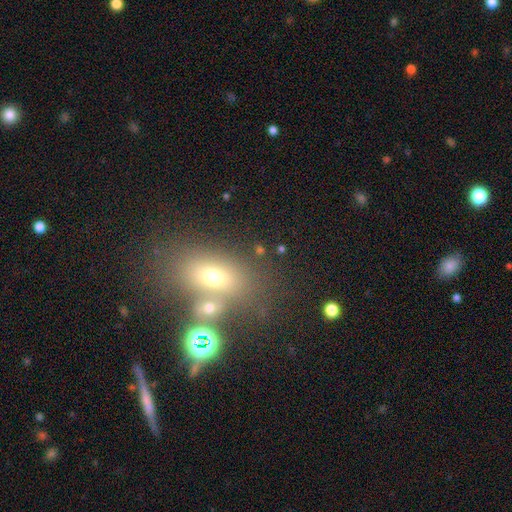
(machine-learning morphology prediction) A smooth galaxy with no disk features (54%) that is in between round and cigar-shaped (71%). Merging: none (62%).